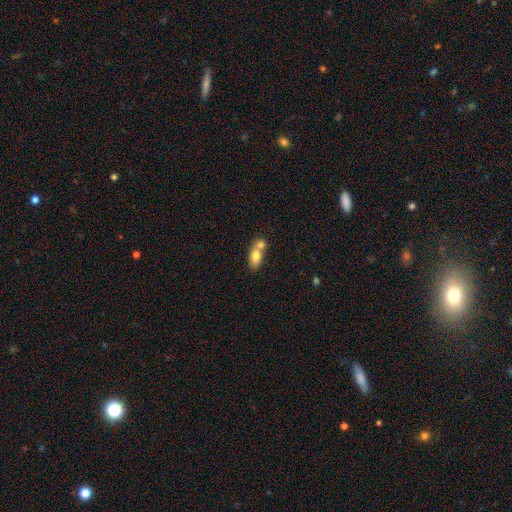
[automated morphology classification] A smooth galaxy with no disk features (76%) that is in between round and cigar-shaped (81%).

Vote fractions:
- Smooth or featured? smooth: 76% / featured or disk: 17% / star or artifact: 7%
- How rounded? in between: 81% / round: 11% / cigar-shaped: 8%
- Merging? merger: 59% / none: 29% / minor disturbance: 9% / major disturbance: 4%